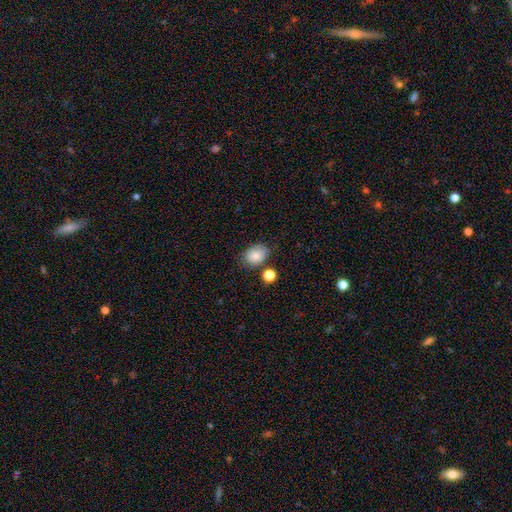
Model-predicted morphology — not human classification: smooth 83%, star or artifact 9%, featured or disk 8%. Down the decision tree: how rounded — in between (54%); merging — none (70%).